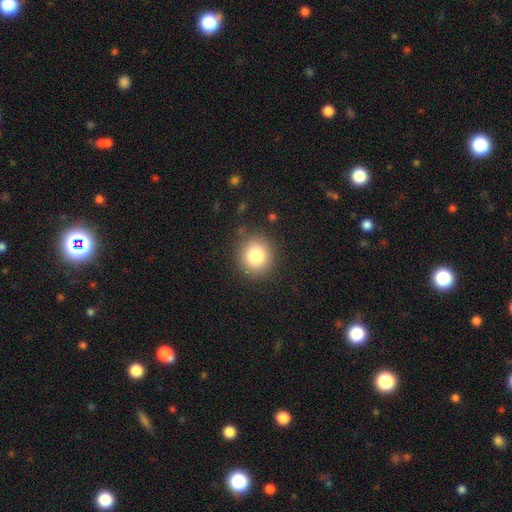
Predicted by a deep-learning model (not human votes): A smooth galaxy with no disk features (83%) that is round (87%). Merging: none (87%).